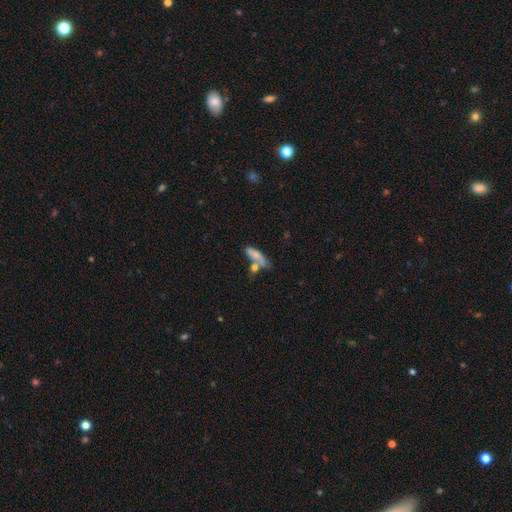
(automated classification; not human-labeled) This appears to be a smooth galaxy with no disk features (69%) that is in between round and cigar-shaped (49%). Merging: merger (38%).